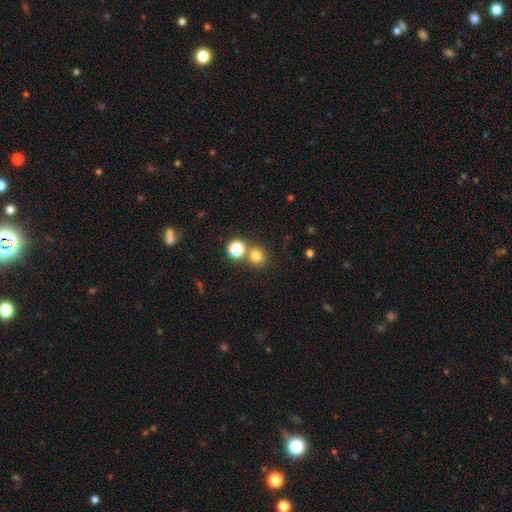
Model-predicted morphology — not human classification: Overall: smooth (77%). How rounded: round (90%). Merging: none (66%).